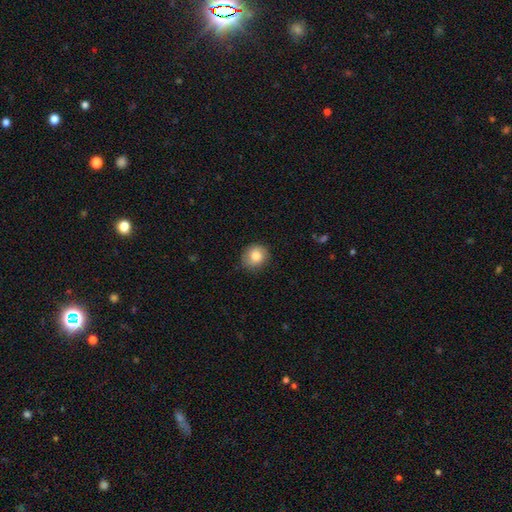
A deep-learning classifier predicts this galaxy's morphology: A smooth galaxy with no disk features (84%) that is round (79%). Merging: none (83%).